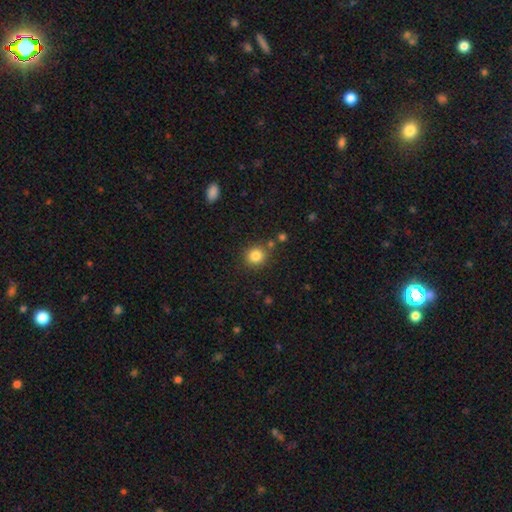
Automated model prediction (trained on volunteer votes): smooth_or_featured: smooth (p=0.84) [alt: star or artifact p=0.11]
how_rounded: round (p=0.88) [alt: in between p=0.11]
merging: none (p=0.82) [alt: minor disturbance p=0.09]